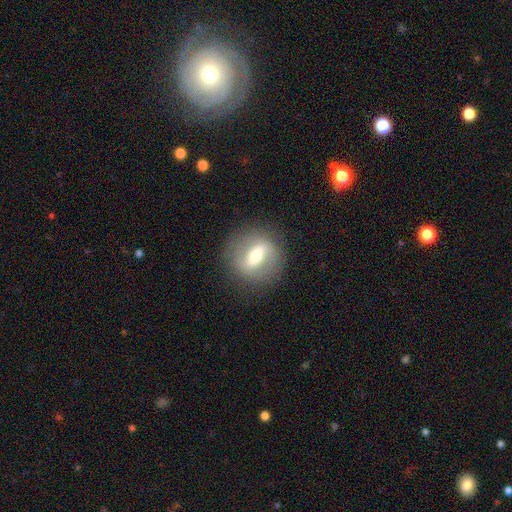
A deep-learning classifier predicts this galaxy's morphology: The model was most divided on "smooth or featured": featured or disk: 58%, smooth: 34%, star or artifact: 8%. More confident: edge-on disk — no (86%); merging — none (83%).